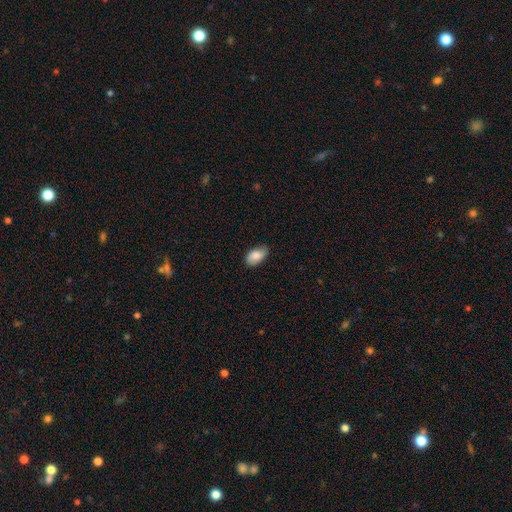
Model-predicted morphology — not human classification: type=smooth (84%); roundness=in between (93%); merging=none (77%).